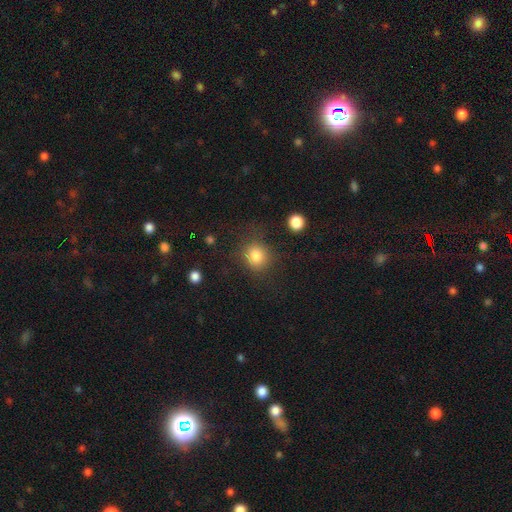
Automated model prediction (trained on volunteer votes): This is clearly a smooth galaxy (82%). How rounded: clearly round (82%). Merging: likely none (76%).